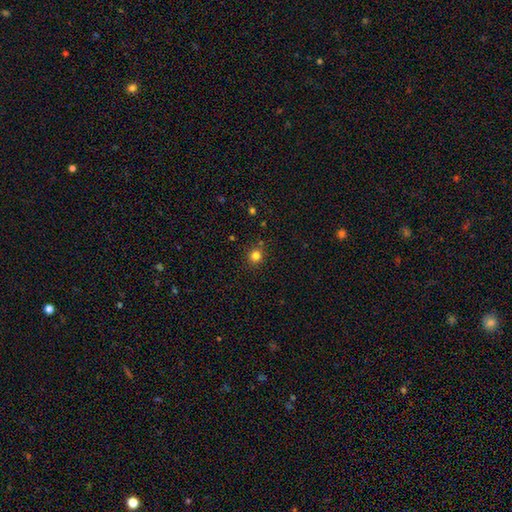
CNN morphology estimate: smooth-or-featured: smooth: 80% | star or artifact: 15% | featured or disk: 5%
  how-rounded: round: 91% | in between: 9% | cigar-shaped: 1%
  merging: none: 85% | minor disturbance: 8% | merger: 4% | major disturbance: 2%